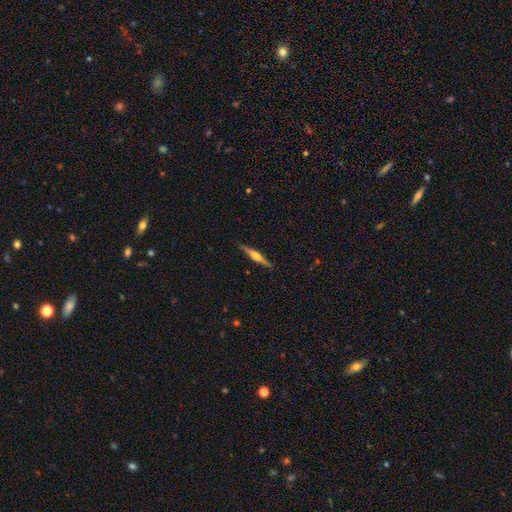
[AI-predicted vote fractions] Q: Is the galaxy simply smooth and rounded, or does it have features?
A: featured or disk — 68%.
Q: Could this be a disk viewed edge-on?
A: yes — 98%.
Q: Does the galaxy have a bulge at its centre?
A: rounded — 80%.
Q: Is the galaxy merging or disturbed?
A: none — 90%.